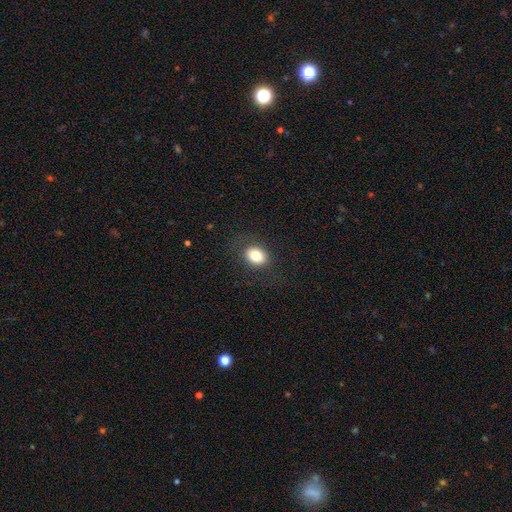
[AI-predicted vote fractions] A smooth galaxy with no disk features (82%) that is in between round and cigar-shaped (61%). Merging: none (83%).